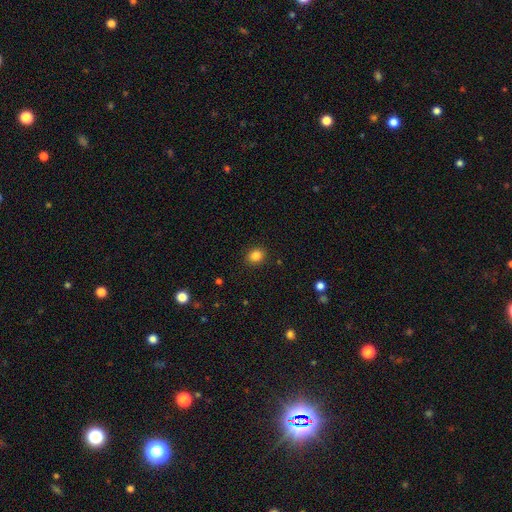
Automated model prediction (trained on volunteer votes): smooth_or_featured: smooth (p=0.85) [alt: star or artifact p=0.11]
how_rounded: round (p=0.58) [alt: in between p=0.41]
merging: none (p=0.89) [alt: minor disturbance p=0.08]